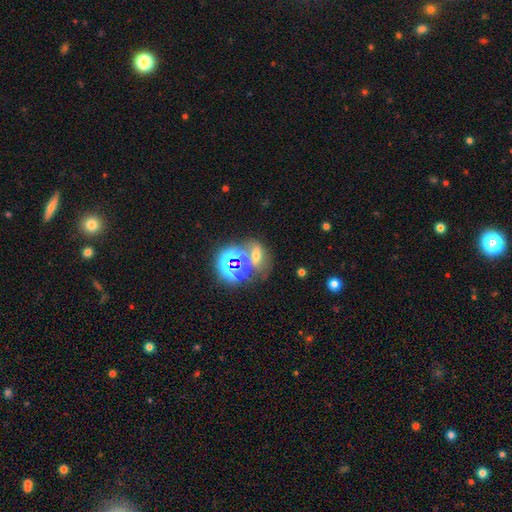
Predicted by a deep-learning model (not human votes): star or artifact 41%, smooth 40%, featured or disk 19%.